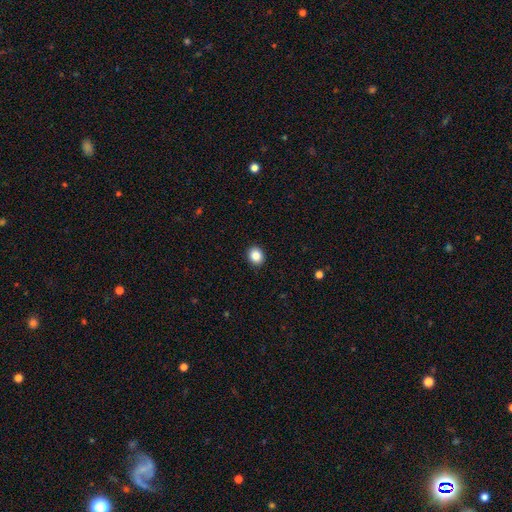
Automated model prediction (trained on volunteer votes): smooth-or-featured: smooth: 86% | star or artifact: 10% | featured or disk: 4%
  how-rounded: round: 65% | in between: 34% | cigar-shaped: 1%
  merging: none: 92% | minor disturbance: 5% | major disturbance: 2% | merger: 1%